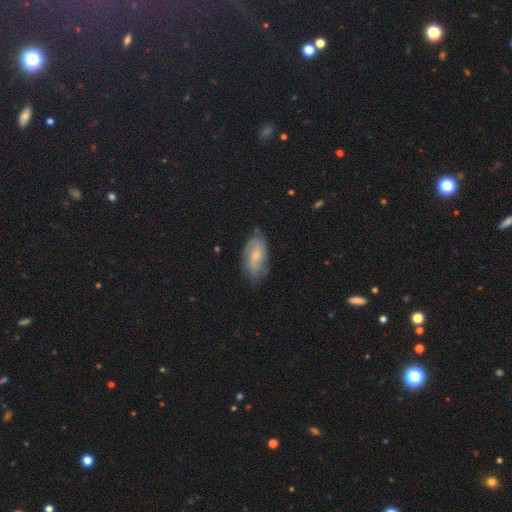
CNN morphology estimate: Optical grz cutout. It shows a featured or disk galaxy (56%) with a weak bar (47%), spiral arms (85%) and a small central bulge (55%). Merging: none (71%).